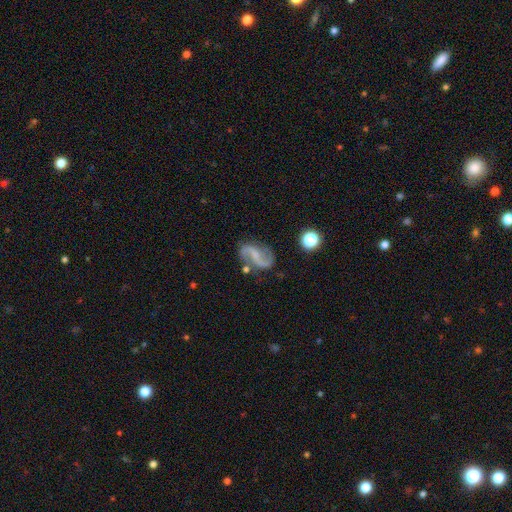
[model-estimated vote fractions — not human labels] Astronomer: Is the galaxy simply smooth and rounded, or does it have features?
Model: featured or disk — 86%.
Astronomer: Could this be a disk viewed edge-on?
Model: no — 98%.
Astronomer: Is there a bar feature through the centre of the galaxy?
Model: weak — 43% (runner-up: no, 36%).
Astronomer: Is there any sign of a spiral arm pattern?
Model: yes — 96%.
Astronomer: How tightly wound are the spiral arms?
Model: loose — 63%.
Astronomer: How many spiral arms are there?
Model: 2 — 93%.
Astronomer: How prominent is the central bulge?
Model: small — 47% (runner-up: none, 32%).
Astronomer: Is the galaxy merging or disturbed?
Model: none — 75%.